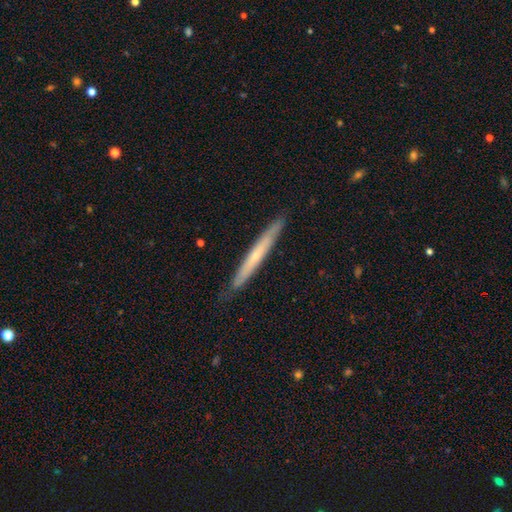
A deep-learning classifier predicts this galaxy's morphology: Smooth or featured? featured or disk (49%)
Merging? none (86%)